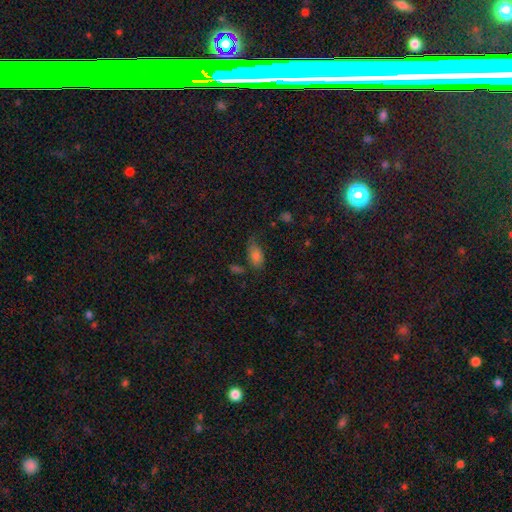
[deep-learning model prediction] Smooth or featured? Predicted: smooth (p=0.79). How rounded? Predicted: in between (p=0.90). Merging? Predicted: none (p=0.53).